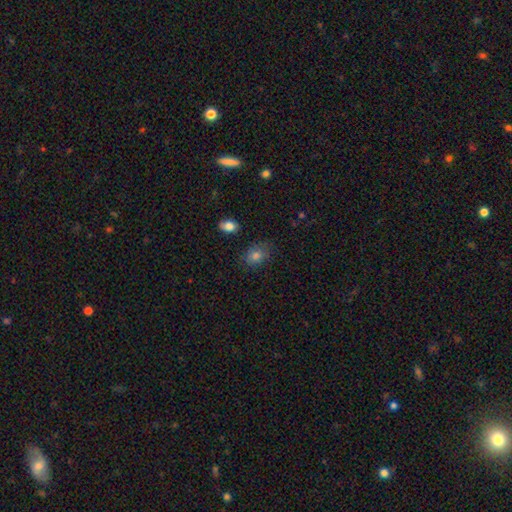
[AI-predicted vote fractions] Smooth or featured?
  - smooth: 78% *
  - star or artifact: 13%
  - featured or disk: 9%
How rounded?
  - in between: 63% *
  - round: 36%
  - cigar-shaped: 1%
Merging?
  - none: 75% *
  - minor disturbance: 18%
  - major disturbance: 4%
  - merger: 2%